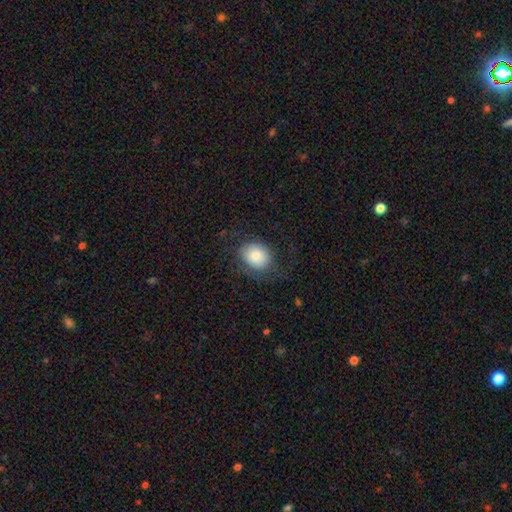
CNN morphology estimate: type=smooth (74%); roundness=round (52%); merging=none (66%).